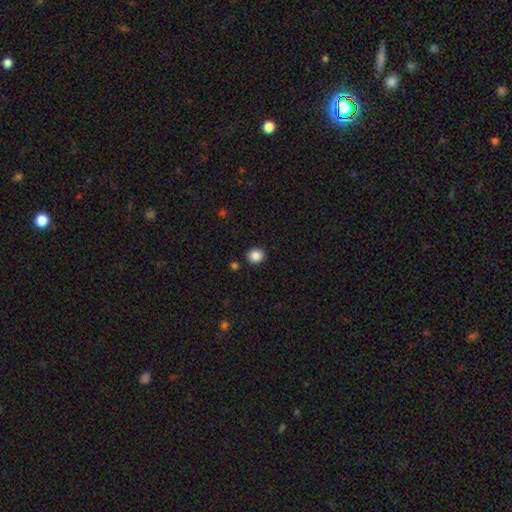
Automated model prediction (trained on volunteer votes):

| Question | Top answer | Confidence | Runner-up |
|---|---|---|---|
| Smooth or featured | smooth | 86% | star or artifact (10%) |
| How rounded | round | 81% | in between (18%) |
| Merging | none | 88% | minor disturbance (7%) |